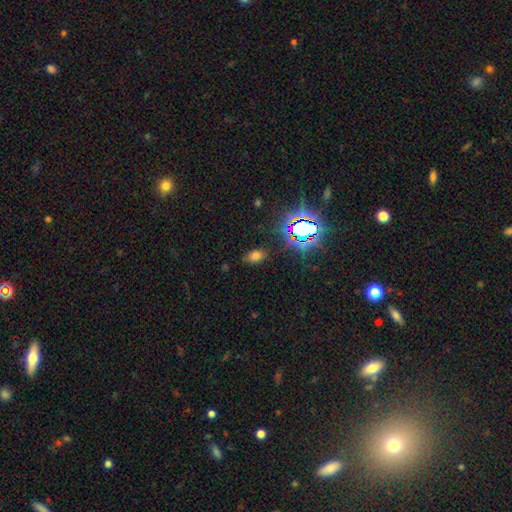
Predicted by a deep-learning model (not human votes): The model was most divided on "smooth or featured": smooth: 63%, star or artifact: 29%, featured or disk: 8%. More confident: how rounded — in between (85%); merging — none (82%).